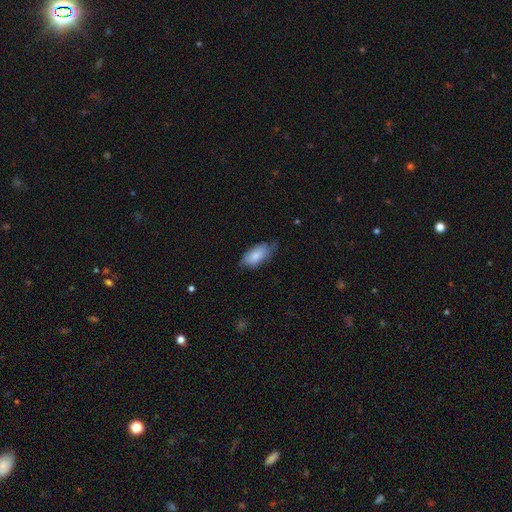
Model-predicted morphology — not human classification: Smooth or featured? smooth (80%)
How rounded? in between (91%)
Merging? none (56%)